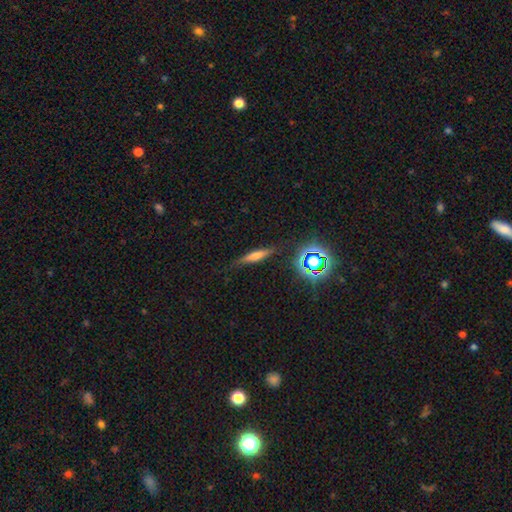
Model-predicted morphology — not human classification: Smooth or featured: smooth — 54% (featured or disk — 32%)
How rounded: cigar-shaped — 79% (in between — 16%)
Merging: none — 78% (minor disturbance — 16%)